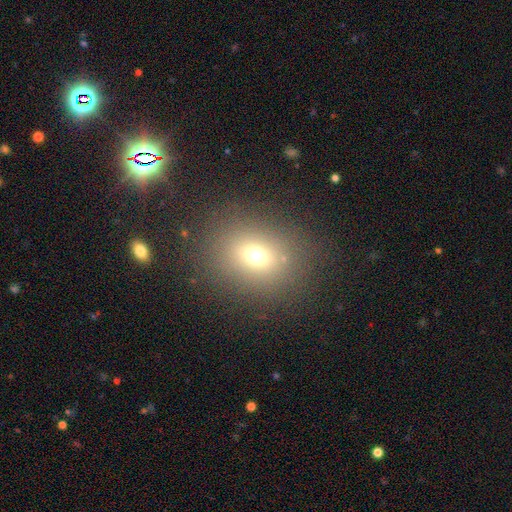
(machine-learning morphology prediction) Smooth or featured?
  - smooth: 67% *
  - star or artifact: 19%
  - featured or disk: 14%
How rounded?
  - round: 53% *
  - in between: 46%
  - cigar-shaped: 1%
Merging?
  - none: 82% *
  - minor disturbance: 10%
  - major disturbance: 6%
  - merger: 2%